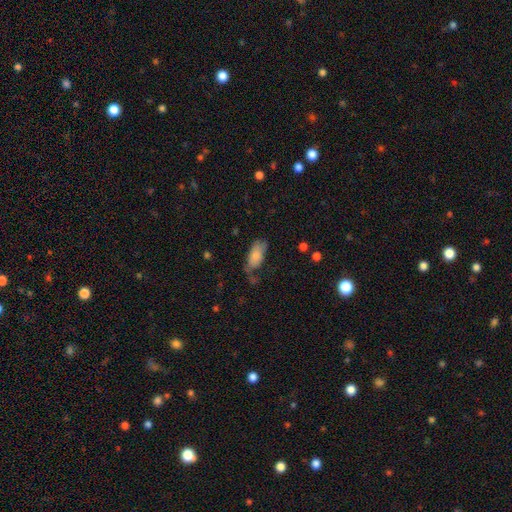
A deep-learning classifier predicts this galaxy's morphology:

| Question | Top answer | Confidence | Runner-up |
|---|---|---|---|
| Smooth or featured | smooth | 80% | featured or disk (13%) |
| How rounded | in between | 90% | cigar-shaped (8%) |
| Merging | none | 46% | minor disturbance (33%) |